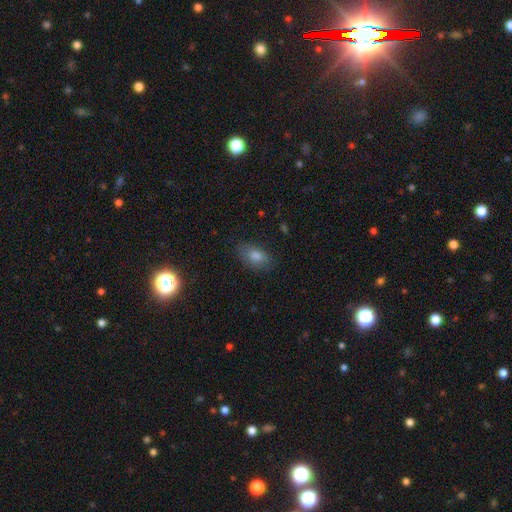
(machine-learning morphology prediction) A smooth galaxy with no disk features (75%) that is in between round and cigar-shaped (86%).

Vote fractions:
- Smooth or featured? smooth: 75% / star or artifact: 15% / featured or disk: 10%
- How rounded? in between: 86% / round: 12% / cigar-shaped: 3%
- Merging? none: 81% / minor disturbance: 14% / major disturbance: 3% / merger: 1%